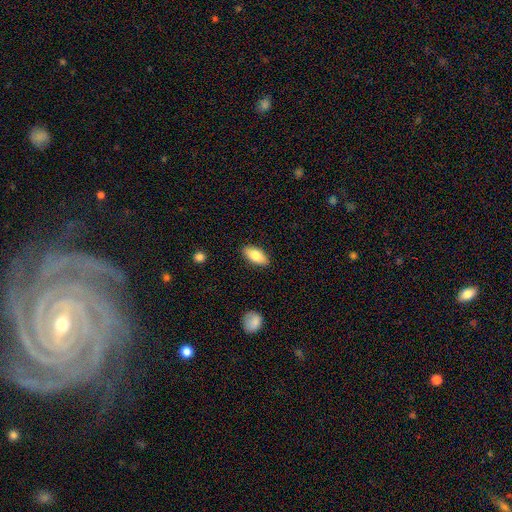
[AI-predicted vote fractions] A smooth galaxy with no disk features (79%) that is in between round and cigar-shaped (87%).

Vote fractions:
- Smooth or featured? smooth: 79% / featured or disk: 15% / star or artifact: 6%
- How rounded? in between: 87% / cigar-shaped: 10% / round: 3%
- Merging? none: 88% / minor disturbance: 9% / major disturbance: 2% / merger: 1%